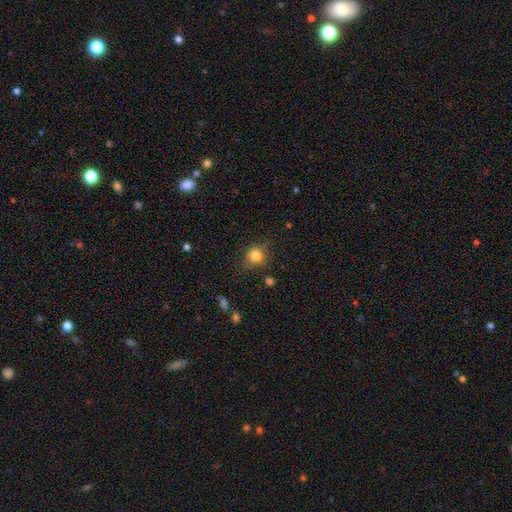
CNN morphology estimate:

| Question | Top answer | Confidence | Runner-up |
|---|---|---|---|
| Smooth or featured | smooth | 80% | star or artifact (12%) |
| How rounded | round | 76% | in between (23%) |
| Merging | none | 76% | minor disturbance (18%) |